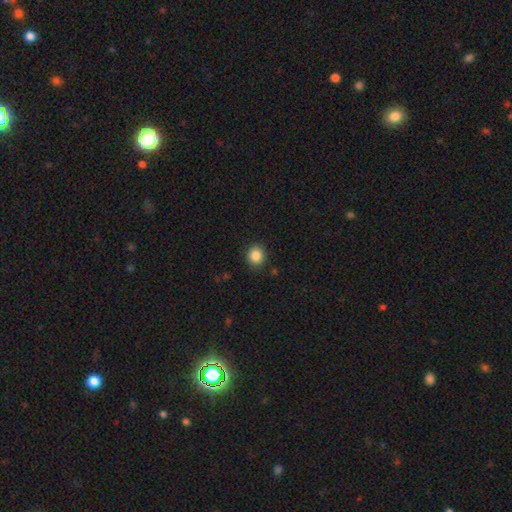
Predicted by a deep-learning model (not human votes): Smooth or featured?
  - smooth: 86% *
  - star or artifact: 10%
  - featured or disk: 4%
How rounded?
  - round: 84% *
  - in between: 16%
  - cigar-shaped: 1%
Merging?
  - none: 89% *
  - minor disturbance: 8%
  - major disturbance: 2%
  - merger: 1%